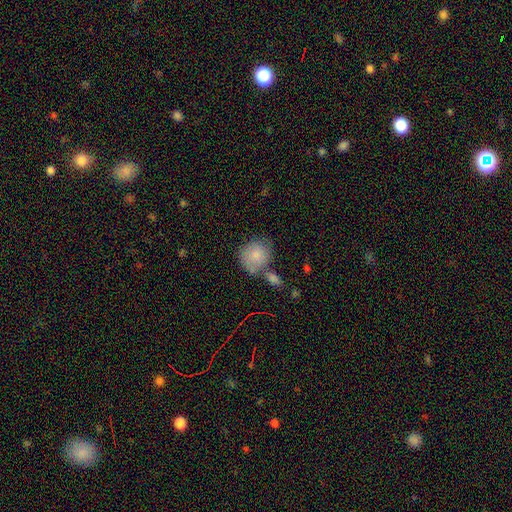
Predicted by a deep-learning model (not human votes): Smooth or featured?
  - smooth: 82% *
  - featured or disk: 11%
  - star or artifact: 7%
How rounded?
  - round: 75% *
  - in between: 24%
  - cigar-shaped: 1%
Merging?
  - none: 50% *
  - merger: 23%
  - minor disturbance: 20%
  - major disturbance: 7%